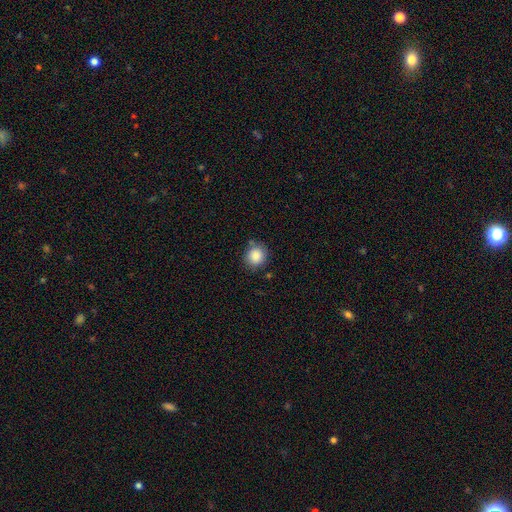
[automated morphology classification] Smooth or featured? smooth (86%)
How rounded? round (85%)
Merging? none (79%)